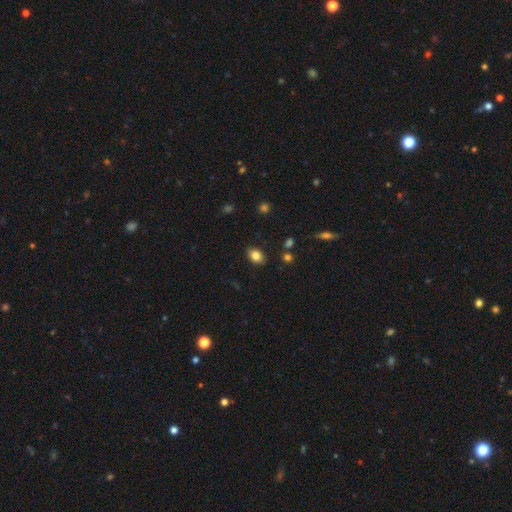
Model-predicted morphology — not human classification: Smooth or featured? smooth (83%)
How rounded? in between (78%)
Merging? none (86%)